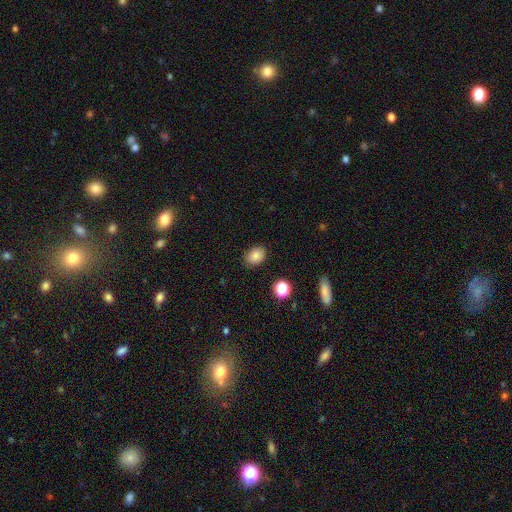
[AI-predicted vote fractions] This appears to be a smooth galaxy with no disk features (83%) that is in between round and cigar-shaped (72%). Merging: none (86%).